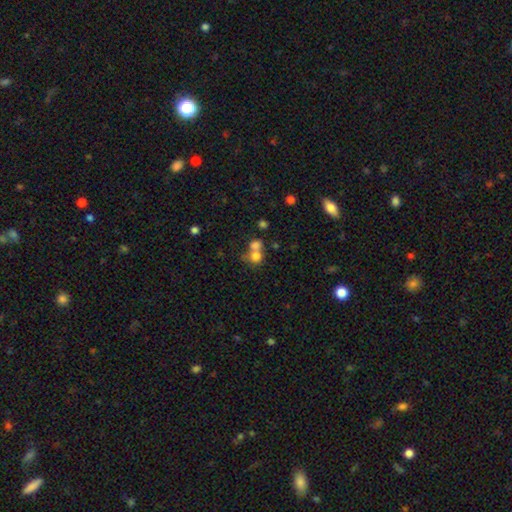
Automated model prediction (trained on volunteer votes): smooth 75%, star or artifact 13%, featured or disk 12%. Down the decision tree: how rounded — round (80%); merging — merger (52%).